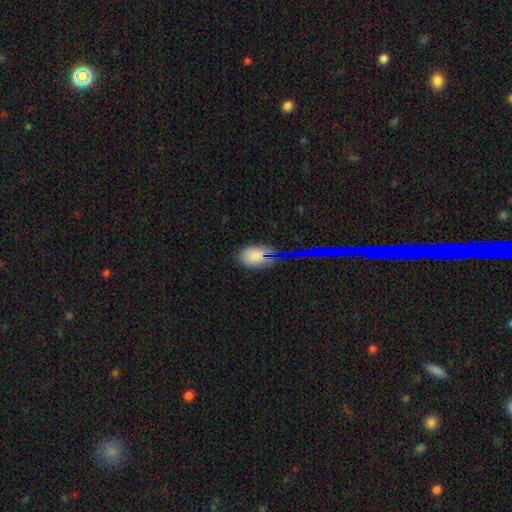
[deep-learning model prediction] The model was most divided on "how rounded": in between: 68%, round: 30%, cigar-shaped: 2%. More confident: merging — none (76%); smooth or featured — smooth (76%).